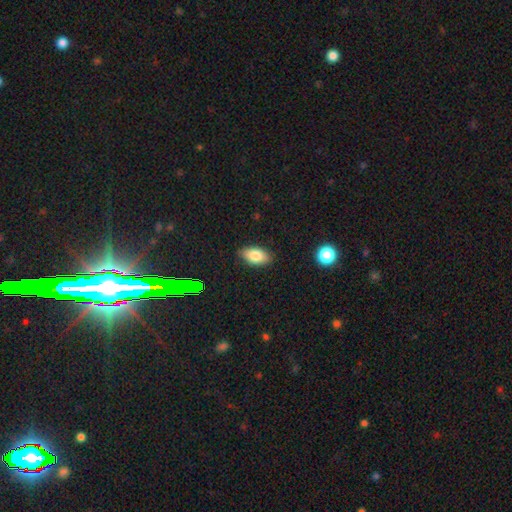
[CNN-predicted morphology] Smooth or featured: smooth — 81% (featured or disk — 10%)
How rounded: in between — 91% (round — 5%)
Merging: none — 85% (minor disturbance — 12%)